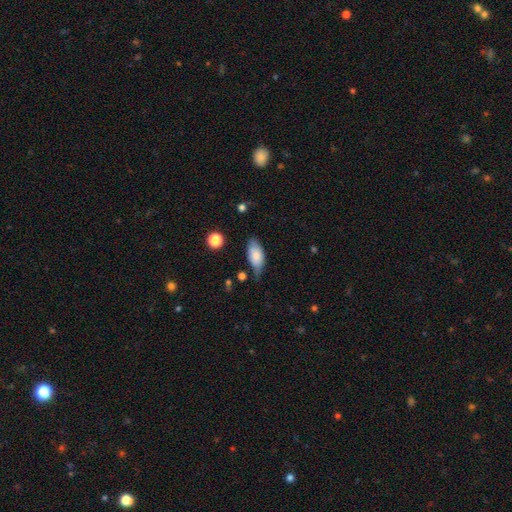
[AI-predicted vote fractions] A smooth galaxy with no disk features (76%) that is in between round and cigar-shaped (90%). Merging: none (52%).